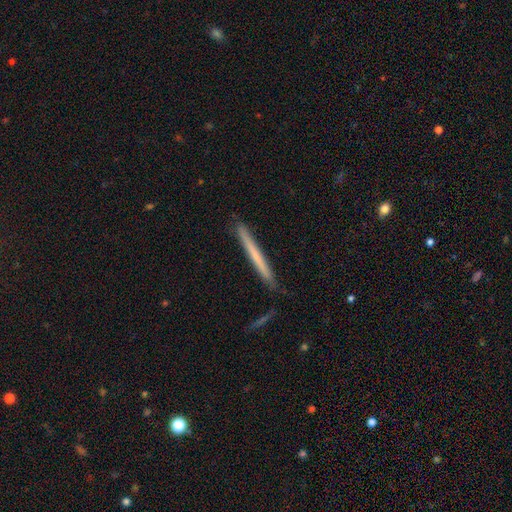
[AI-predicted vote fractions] Smooth or featured? Predicted: smooth (p=0.58). How rounded? Predicted: cigar-shaped (p=0.97). Merging? Predicted: none (p=0.87).